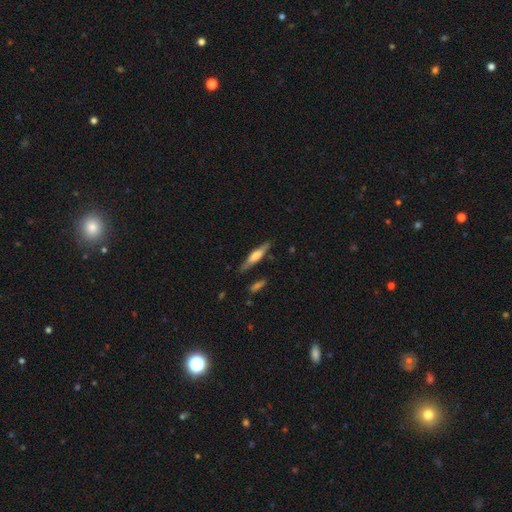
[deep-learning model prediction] smooth-or-featured: featured or disk: 50% | smooth: 44% | star or artifact: 6%
  disk-edge-on: yes: 92% | no: 8%
  merging: none: 81% | minor disturbance: 14% | major disturbance: 3% | merger: 2%